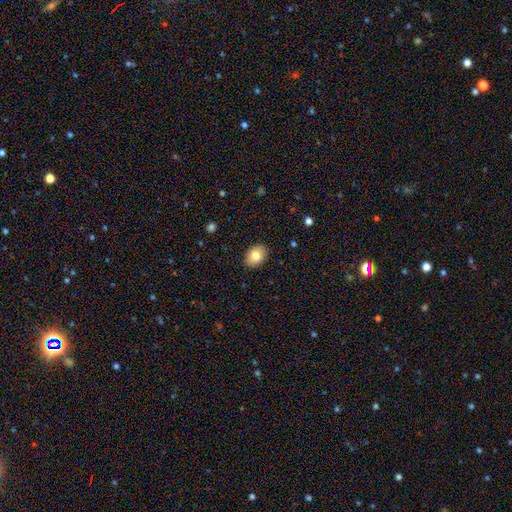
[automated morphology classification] Q: Smooth or featured?
A: smooth (81%); runner-up: featured or disk (11%)
Q: How rounded?
A: in between (71%); runner-up: round (28%)
Q: Merging?
A: none (89%); runner-up: minor disturbance (8%)